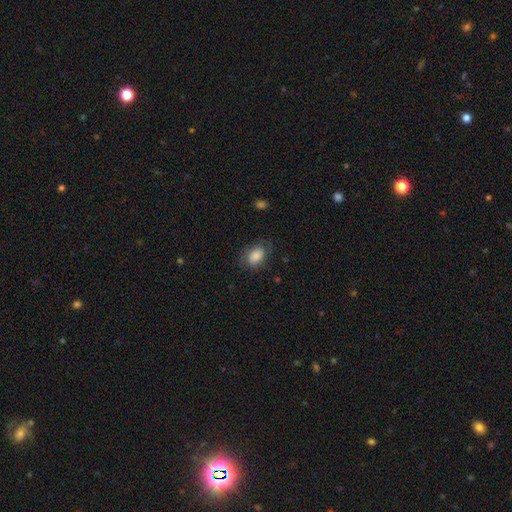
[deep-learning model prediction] smooth 82%, featured or disk 10%, star or artifact 8%. Down the decision tree: how rounded — in between (82%); merging — none (70%).